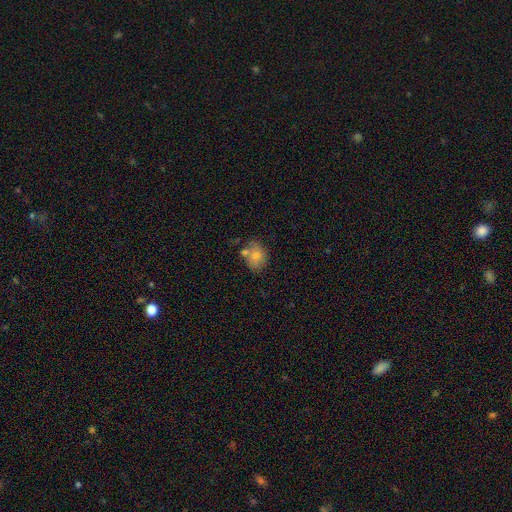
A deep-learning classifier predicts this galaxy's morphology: A smooth galaxy with no disk features (73%) that is in between round and cigar-shaped (58%). Merging: none (53%).